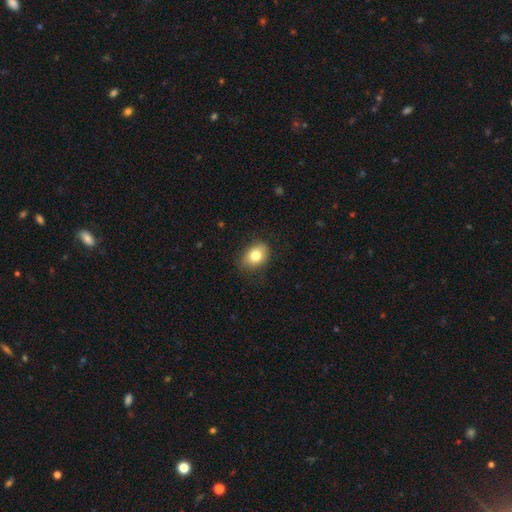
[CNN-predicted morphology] Overall: smooth (80%). How rounded: in between (64%; round 35%). Merging: none (80%).